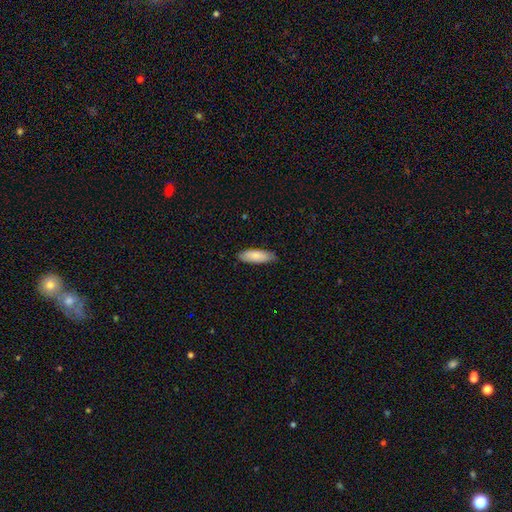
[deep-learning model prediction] smooth_or_featured: smooth (p=0.84) [alt: featured or disk p=0.11]
how_rounded: in between (p=0.61) [alt: cigar-shaped p=0.37]
merging: none (p=0.83) [alt: minor disturbance p=0.14]